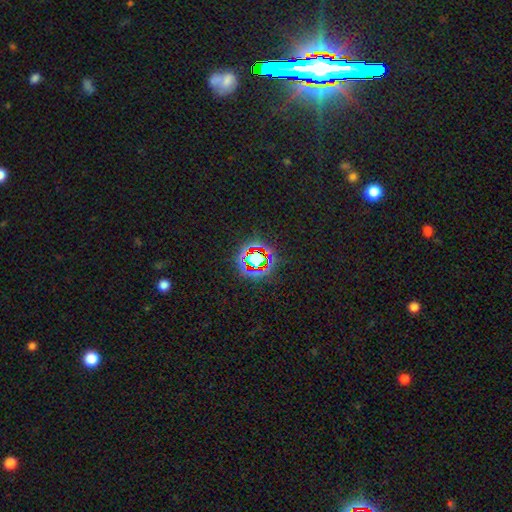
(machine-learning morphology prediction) Overall: star or artifact (72%).